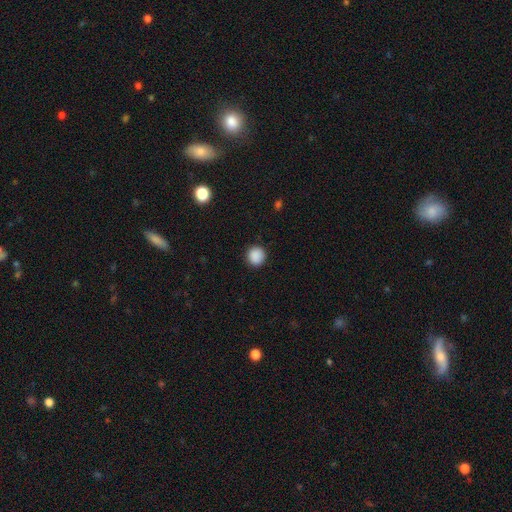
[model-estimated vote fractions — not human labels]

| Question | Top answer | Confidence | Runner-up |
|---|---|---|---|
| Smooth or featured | smooth | 89% | star or artifact (9%) |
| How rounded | round | 94% | in between (5%) |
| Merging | none | 91% | minor disturbance (6%) |